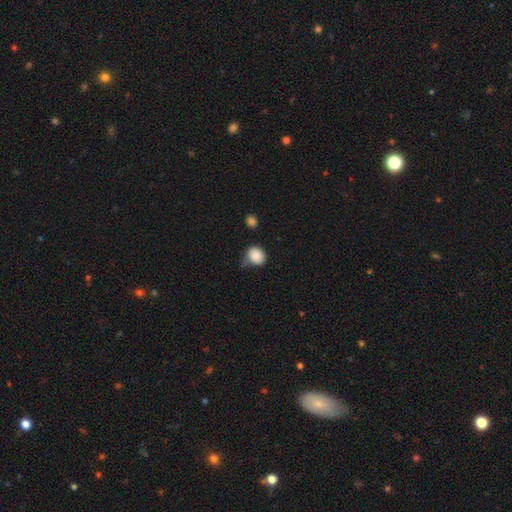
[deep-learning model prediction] smooth_or_featured: smooth (p=0.85) [alt: star or artifact p=0.08]
how_rounded: round (p=0.63) [alt: in between p=0.36]
merging: none (p=0.52) [alt: minor disturbance p=0.34]